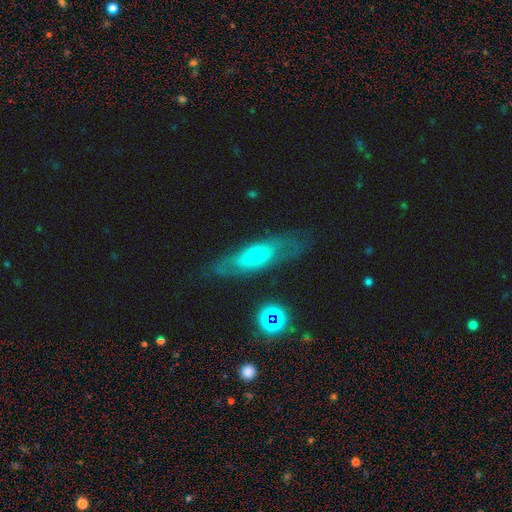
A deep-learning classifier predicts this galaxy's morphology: Smooth or featured?
  - featured or disk: 62% *
  - smooth: 30%
  - star or artifact: 9%
Edge-on disk?
  - no: 72% *
  - yes: 28%
Merging?
  - none: 70% *
  - minor disturbance: 17%
  - major disturbance: 10%
  - merger: 2%